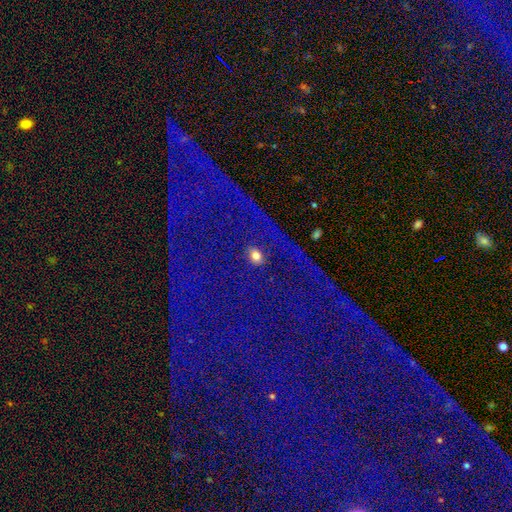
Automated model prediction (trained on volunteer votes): Smooth or featured? smooth (66%)
How rounded? in between (67%)
Merging? none (75%)